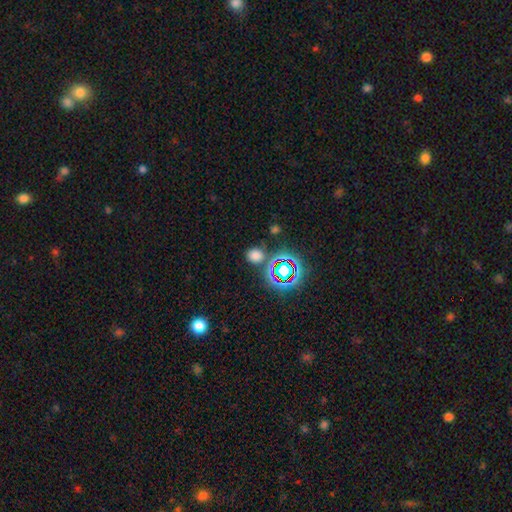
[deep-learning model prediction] Smooth or featured?
  - smooth: 66% *
  - star or artifact: 28%
  - featured or disk: 6%
How rounded?
  - round: 72% *
  - in between: 27%
  - cigar-shaped: 1%
Merging?
  - none: 77% *
  - minor disturbance: 11%
  - merger: 8%
  - major disturbance: 4%